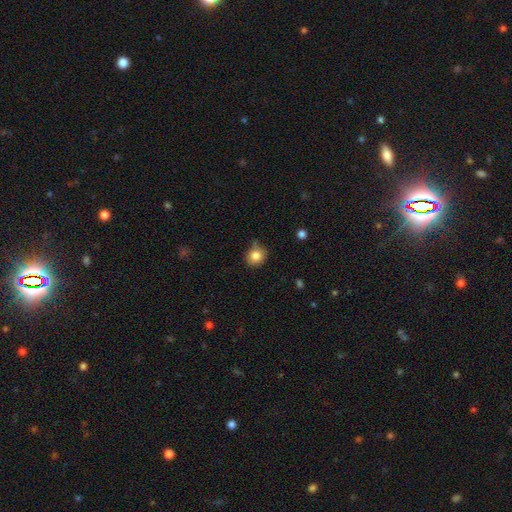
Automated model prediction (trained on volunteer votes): A smooth galaxy with no disk features (83%) that is round (84%).

Vote fractions:
- Smooth or featured? smooth: 83% / star or artifact: 10% / featured or disk: 6%
- How rounded? round: 84% / in between: 15% / cigar-shaped: 1%
- Merging? none: 75% / minor disturbance: 18% / major disturbance: 3% / merger: 3%